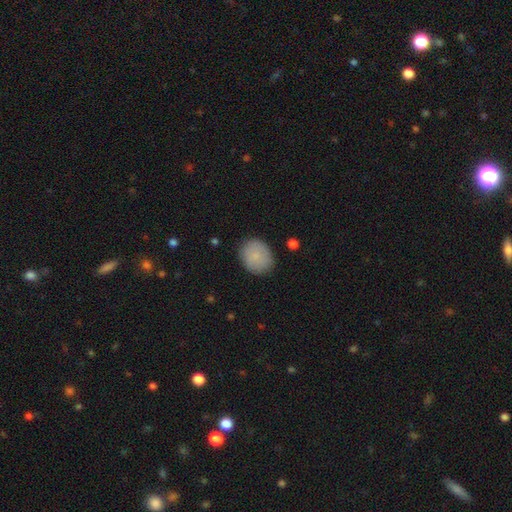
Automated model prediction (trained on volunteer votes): Smooth or featured?
  - smooth: 84% *
  - featured or disk: 9%
  - star or artifact: 7%
How rounded?
  - round: 63% *
  - in between: 36%
  - cigar-shaped: 1%
Merging?
  - none: 83% *
  - minor disturbance: 13%
  - major disturbance: 3%
  - merger: 1%